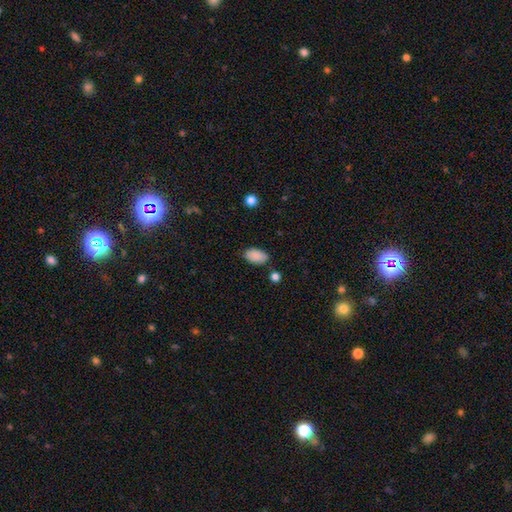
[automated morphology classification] Smooth or featured? Predicted: smooth (p=0.89). How rounded? Predicted: in between (p=0.94). Merging? Predicted: none (p=0.79).